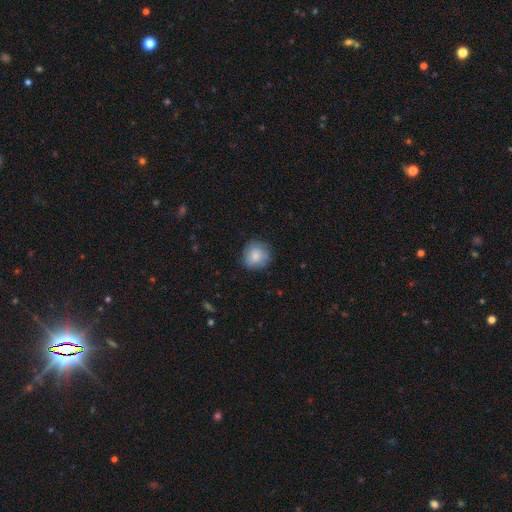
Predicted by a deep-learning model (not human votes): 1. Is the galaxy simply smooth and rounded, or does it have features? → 82% smooth, 11% featured or disk, 7% star or artifact.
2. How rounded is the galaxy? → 91% round, 8% in between, 1% cigar-shaped.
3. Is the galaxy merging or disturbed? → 83% none, 13% minor disturbance, 3% major disturbance, 1% merger.